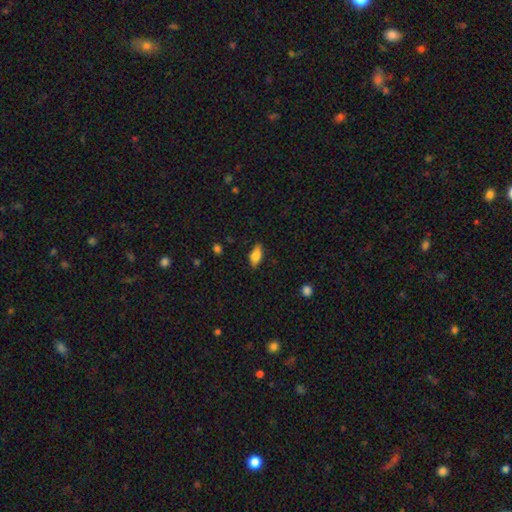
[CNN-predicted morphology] smooth_or_featured: smooth (p=0.77) [alt: featured or disk p=0.15]
how_rounded: in between (p=0.85) [alt: cigar-shaped p=0.11]
merging: none (p=0.82) [alt: minor disturbance p=0.14]